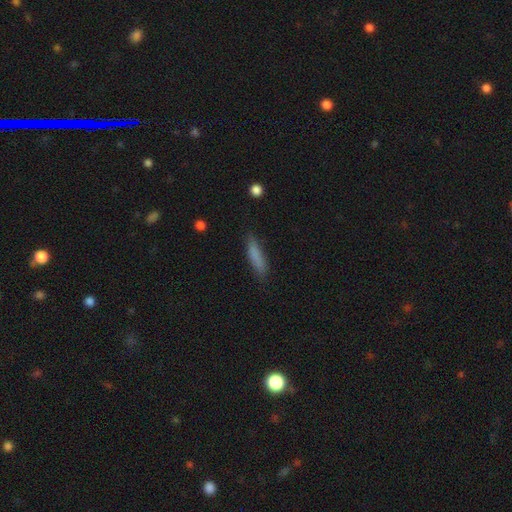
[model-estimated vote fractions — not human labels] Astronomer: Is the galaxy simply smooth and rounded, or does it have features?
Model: smooth — 80%.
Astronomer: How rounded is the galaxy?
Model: cigar-shaped — 80%.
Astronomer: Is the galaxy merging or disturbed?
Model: none — 80%.